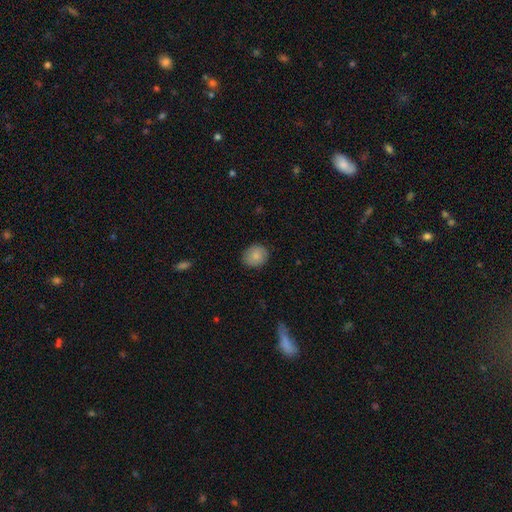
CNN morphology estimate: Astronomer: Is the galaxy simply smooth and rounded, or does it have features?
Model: smooth — 82%.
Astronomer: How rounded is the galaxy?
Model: round — 66%.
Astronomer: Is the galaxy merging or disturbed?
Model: none — 86%.